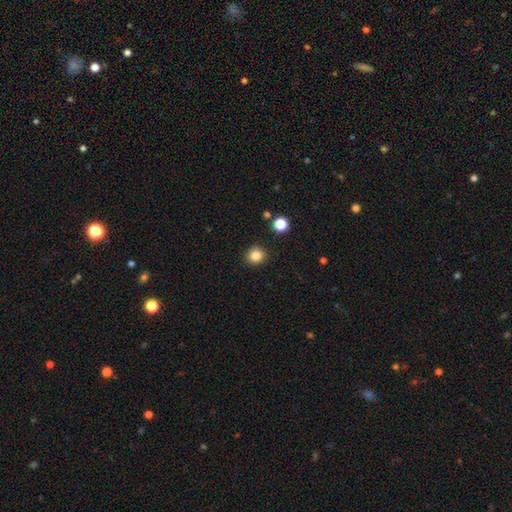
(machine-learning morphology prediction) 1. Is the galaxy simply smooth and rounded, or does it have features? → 83% smooth, 12% star or artifact, 5% featured or disk.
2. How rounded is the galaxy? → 88% round, 11% in between, 1% cigar-shaped.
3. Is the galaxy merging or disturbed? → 91% none, 6% minor disturbance, 2% major disturbance, 2% merger.